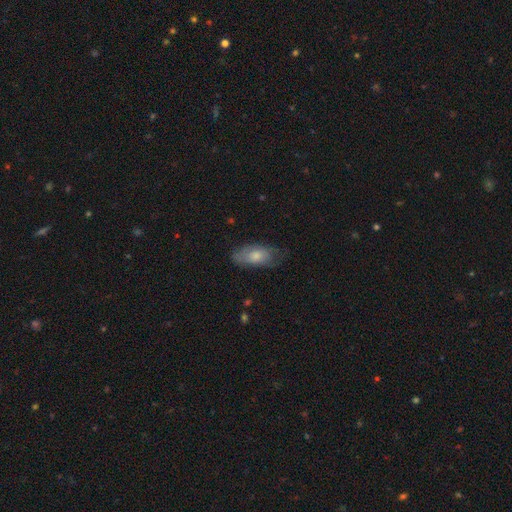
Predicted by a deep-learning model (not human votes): smooth 68%, featured or disk 26%, star or artifact 6%. Down the decision tree: how rounded — in between (87%); merging — none (59%).